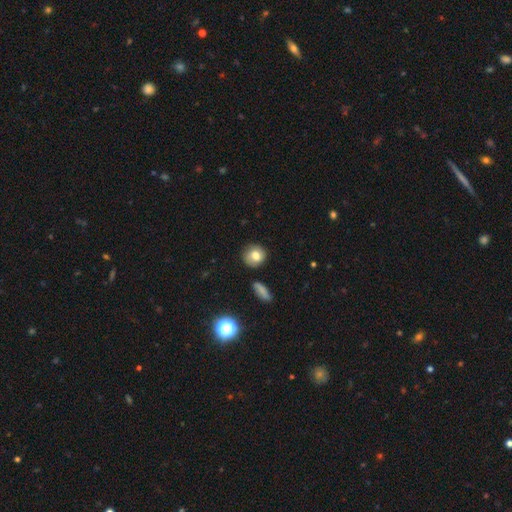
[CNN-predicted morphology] type=smooth (77%); roundness=round (81%); merging=none (79%).